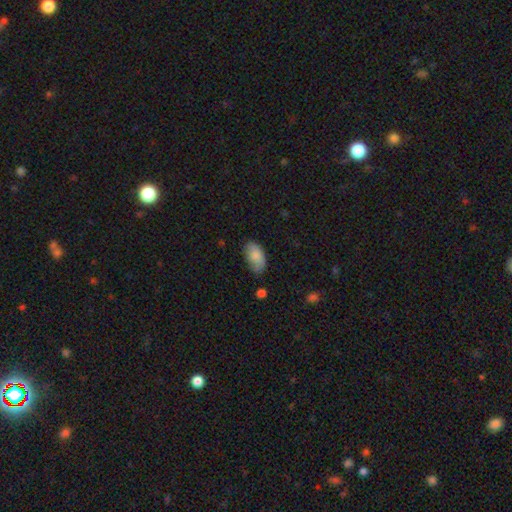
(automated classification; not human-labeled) Q: Smooth or featured?
A: smooth (82%); runner-up: featured or disk (11%)
Q: How rounded?
A: in between (94%); runner-up: round (4%)
Q: Merging?
A: none (64%); runner-up: minor disturbance (28%)